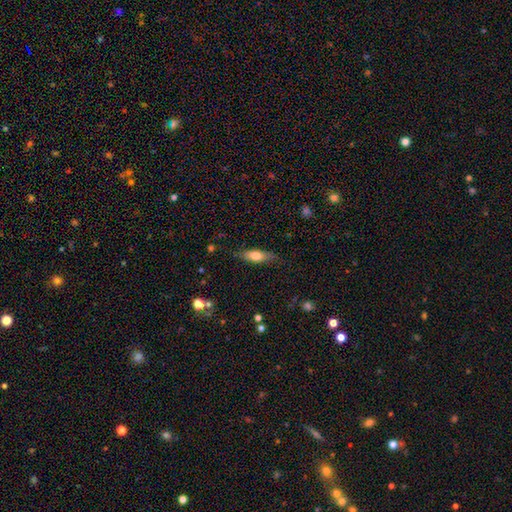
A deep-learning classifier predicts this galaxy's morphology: A smooth galaxy with no disk features (64%) that is in between round and cigar-shaped (50%).

Vote fractions:
- Smooth or featured? smooth: 64% / featured or disk: 30% / star or artifact: 6%
- How rounded? in between: 50% / cigar-shaped: 48% / round: 3%
- Merging? none: 80% / minor disturbance: 15% / major disturbance: 3% / merger: 1%